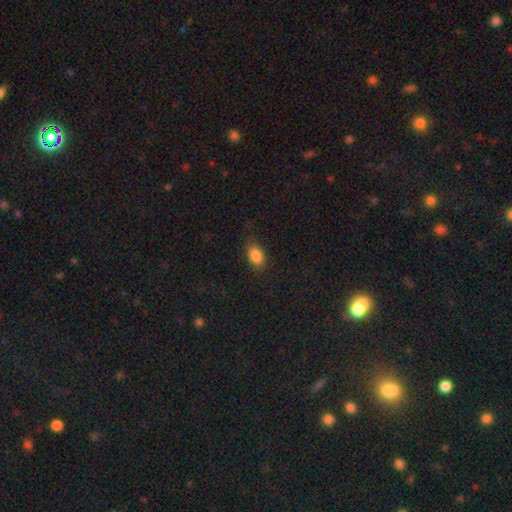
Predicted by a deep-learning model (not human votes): This is clearly a smooth galaxy (84%). How rounded: clearly in between (82%). Merging: likely none (78%).